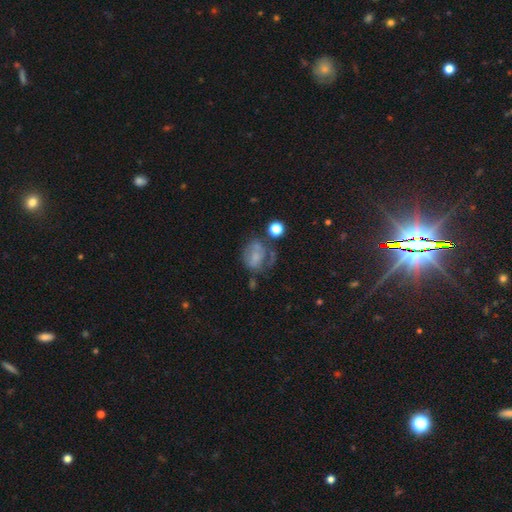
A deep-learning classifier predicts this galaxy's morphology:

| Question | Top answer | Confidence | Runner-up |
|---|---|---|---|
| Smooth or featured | smooth | 44% | featured or disk (41%) |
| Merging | none | 35% | major disturbance (32%) |